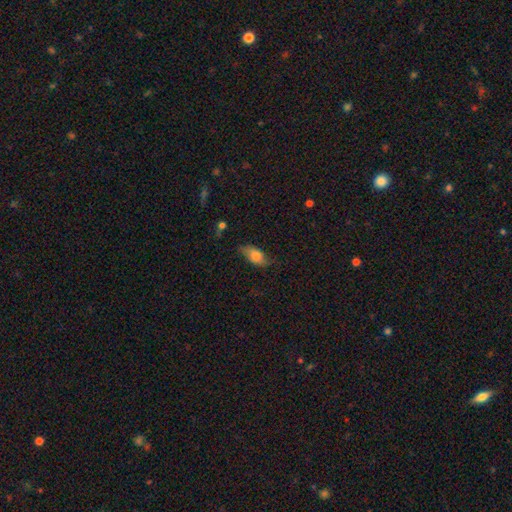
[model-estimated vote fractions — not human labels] Smooth or featured? Predicted: smooth (p=0.72). How rounded? Predicted: in between (p=0.86). Merging? Predicted: none (p=0.67).